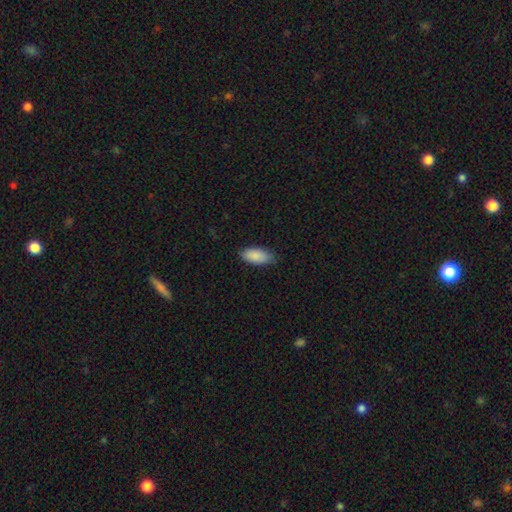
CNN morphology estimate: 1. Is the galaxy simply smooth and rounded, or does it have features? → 90% smooth, 6% star or artifact, 5% featured or disk.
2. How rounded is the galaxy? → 90% in between, 8% cigar-shaped, 2% round.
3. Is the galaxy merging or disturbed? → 81% none, 16% minor disturbance, 2% major disturbance, 1% merger.